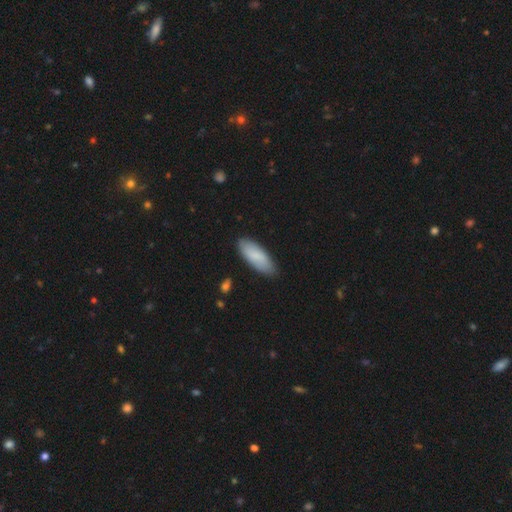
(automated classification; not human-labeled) Smooth or featured? smooth (83%)
How rounded? in between (73%)
Merging? none (83%)